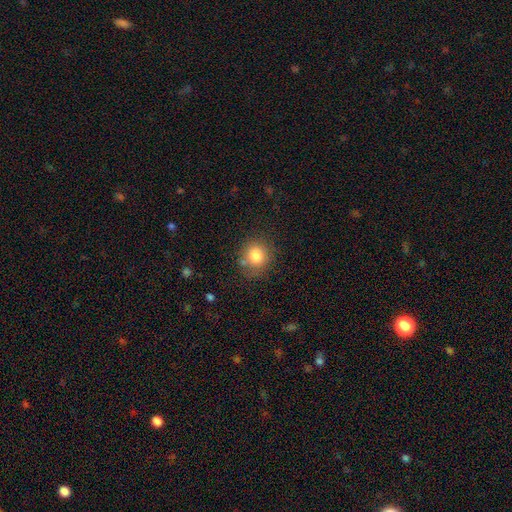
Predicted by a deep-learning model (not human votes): smooth-or-featured: smooth: 83% | star or artifact: 10% | featured or disk: 7%
  how-rounded: round: 83% | in between: 16% | cigar-shaped: 1%
  merging: none: 73% | minor disturbance: 17% | major disturbance: 5% | merger: 5%